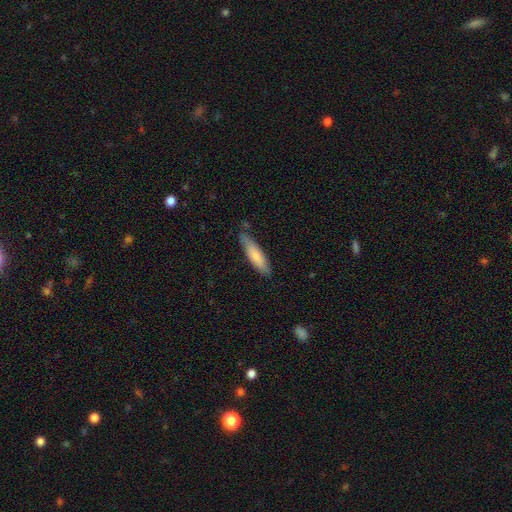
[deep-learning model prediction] Morphology: type=smooth (74%); roundness=cigar-shaped (67%); merging=none (72%).